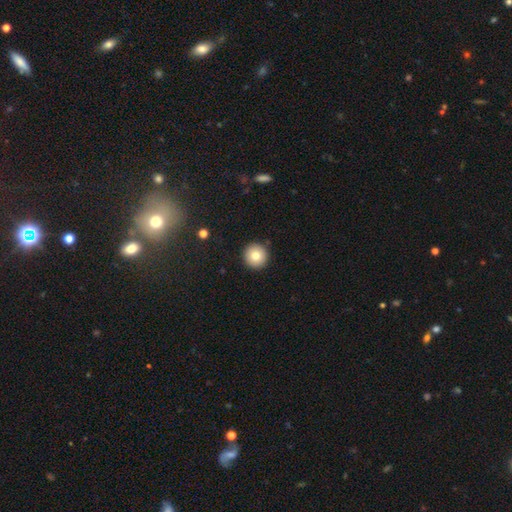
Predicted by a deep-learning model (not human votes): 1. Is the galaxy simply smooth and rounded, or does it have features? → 79% smooth, 11% featured or disk, 10% star or artifact.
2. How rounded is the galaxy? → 96% round, 3% in between, 1% cigar-shaped.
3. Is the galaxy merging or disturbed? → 92% none, 5% minor disturbance, 2% major disturbance, 1% merger.